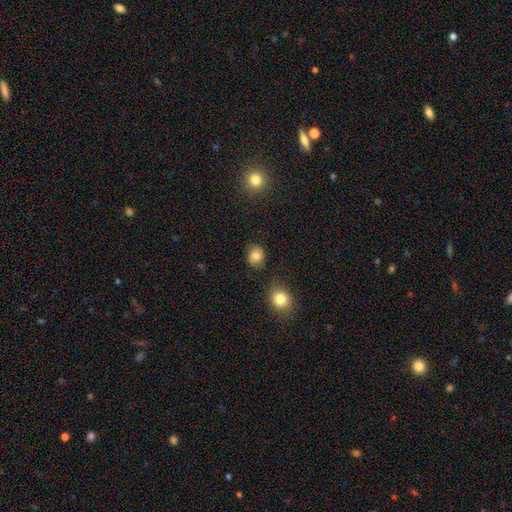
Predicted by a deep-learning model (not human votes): A smooth galaxy with no disk features (79%) that is round (69%).

Vote fractions:
- Smooth or featured? smooth: 79% / featured or disk: 11% / star or artifact: 11%
- How rounded? round: 69% / in between: 30% / cigar-shaped: 1%
- Merging? none: 79% / minor disturbance: 14% / major disturbance: 4% / merger: 3%